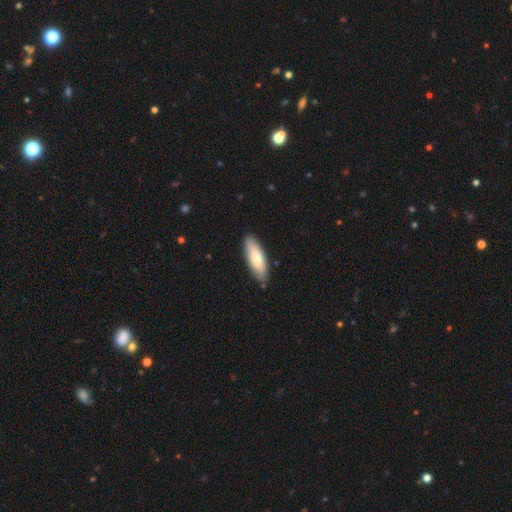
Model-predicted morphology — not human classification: type=smooth (73%); roundness=in between (57%); merging=none (85%).